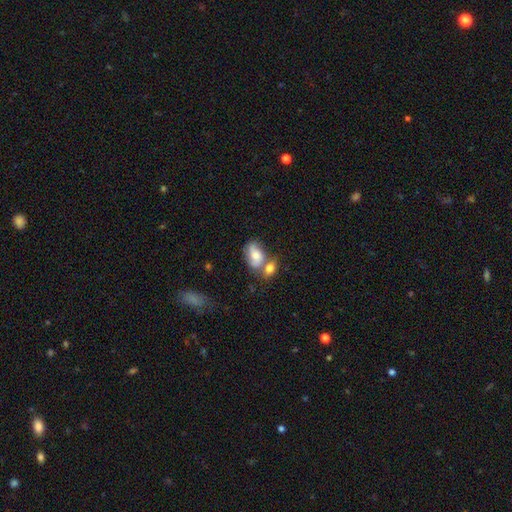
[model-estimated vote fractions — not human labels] Q: Smooth or featured?
A: smooth (63%); runner-up: featured or disk (29%)
Q: How rounded?
A: in between (86%); runner-up: round (11%)
Q: Merging?
A: merger (45%); runner-up: none (33%)